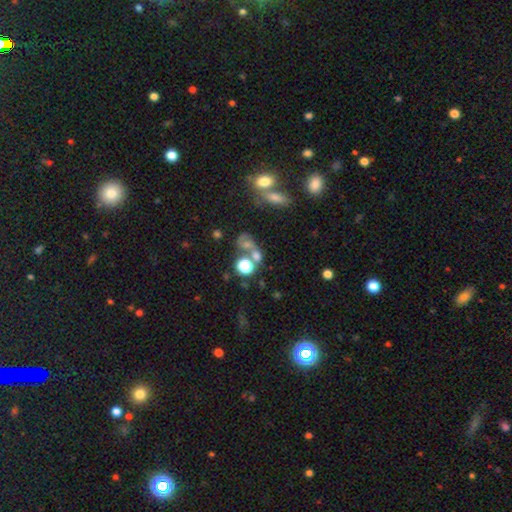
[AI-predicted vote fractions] A smooth galaxy with no disk features (54%) that is round (64%).

Vote fractions:
- Smooth or featured? smooth: 54% / star or artifact: 26% / featured or disk: 20%
- How rounded? round: 64% / in between: 33% / cigar-shaped: 3%
- Merging? merger: 46% / none: 32% / major disturbance: 11% / minor disturbance: 11%